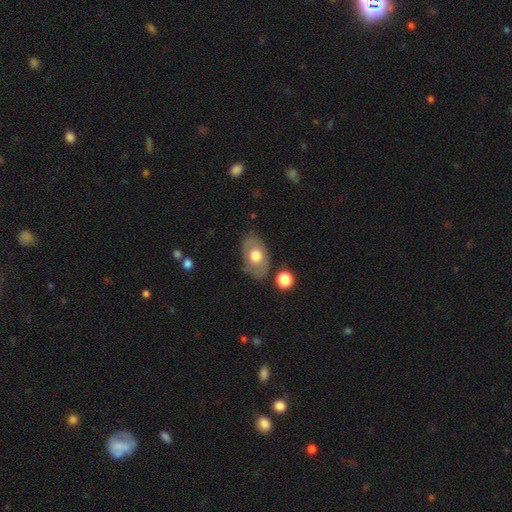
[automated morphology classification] Smooth or featured: smooth — 60% (featured or disk — 34%)
How rounded: in between — 87% (round — 12%)
Merging: none — 74% (minor disturbance — 17%)